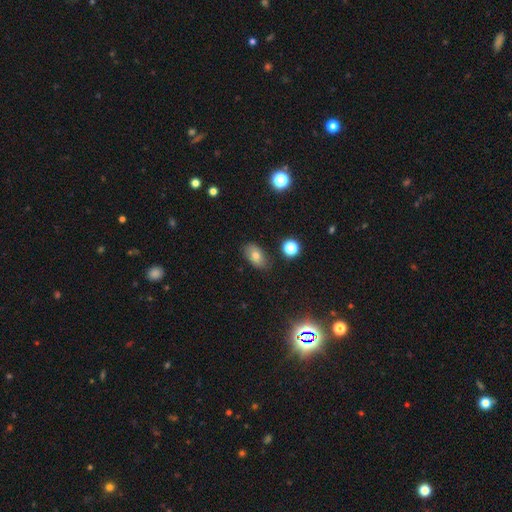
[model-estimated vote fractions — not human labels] smooth 73%, featured or disk 15%, star or artifact 13%. Down the decision tree: how rounded — in between (87%); merging — none (81%).